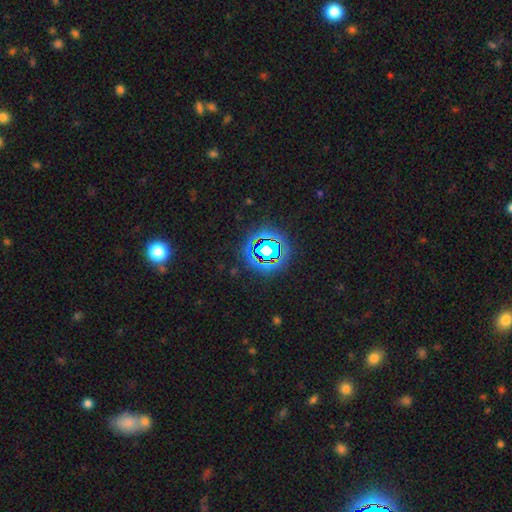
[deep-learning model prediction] Morphology: type=star or artifact (76%).